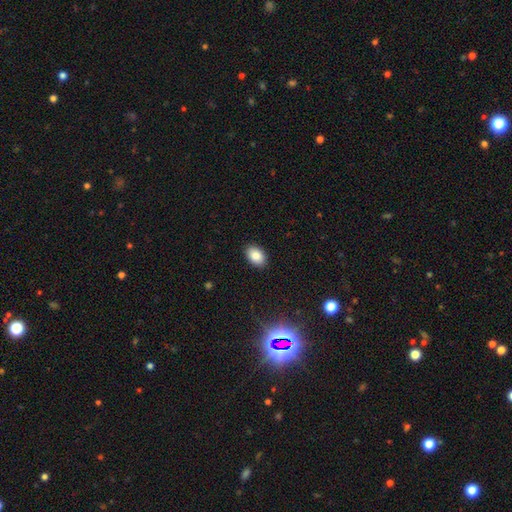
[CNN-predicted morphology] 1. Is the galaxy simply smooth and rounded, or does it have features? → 86% smooth, 8% star or artifact, 6% featured or disk.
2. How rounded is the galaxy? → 87% in between, 12% round, 1% cigar-shaped.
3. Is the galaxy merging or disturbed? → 89% none, 8% minor disturbance, 2% major disturbance, 1% merger.